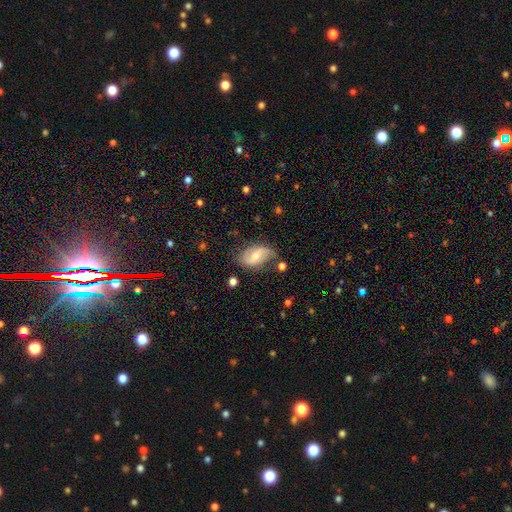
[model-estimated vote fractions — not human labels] Morphology: type=featured or disk (56%); edge-on=no (94%); bar=weak (43%); spiral arms=yes (78%); bulge=moderate (52%); merging=none (63%).